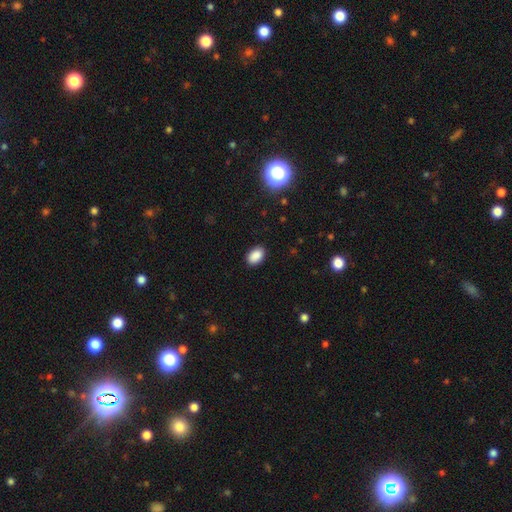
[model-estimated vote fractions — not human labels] A smooth galaxy with no disk features (88%) that is in between round and cigar-shaped (87%). Merging: none (88%).